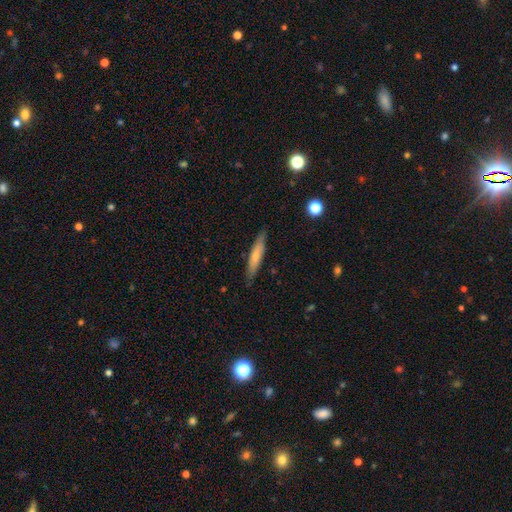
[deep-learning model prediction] Smooth or featured?
  - smooth: 66% *
  - featured or disk: 28%
  - star or artifact: 6%
How rounded?
  - cigar-shaped: 88% *
  - in between: 10%
  - round: 1%
Merging?
  - none: 85% *
  - minor disturbance: 11%
  - major disturbance: 2%
  - merger: 1%